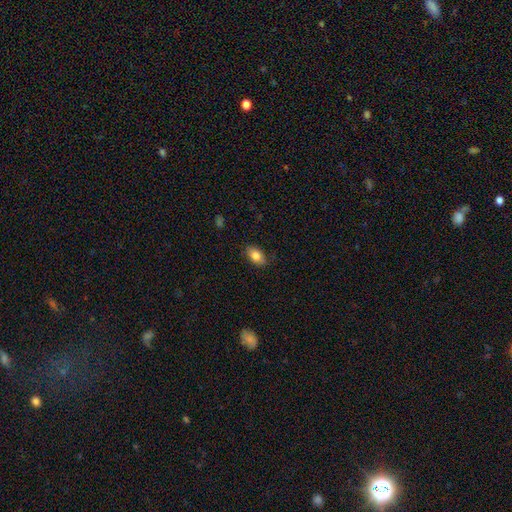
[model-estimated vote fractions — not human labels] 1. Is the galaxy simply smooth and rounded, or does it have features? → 83% smooth, 9% featured or disk, 8% star or artifact.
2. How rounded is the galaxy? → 88% in between, 9% round, 2% cigar-shaped.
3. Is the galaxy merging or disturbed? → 84% none, 13% minor disturbance, 3% major disturbance, 1% merger.